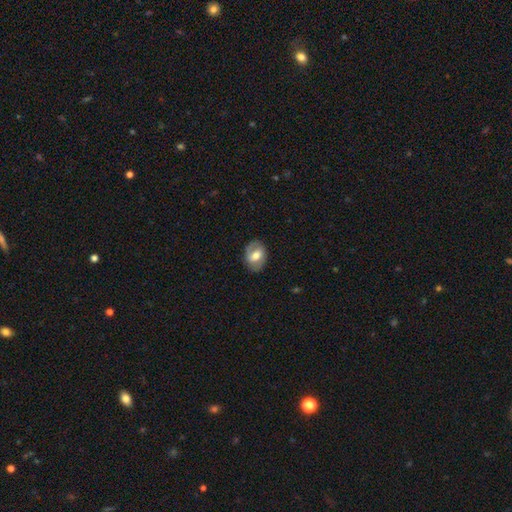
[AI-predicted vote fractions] A featured or disk galaxy (47%).

Vote fractions:
- Smooth or featured? featured or disk: 47% / smooth: 46% / star or artifact: 7%
- Merging? none: 81% / minor disturbance: 14% / major disturbance: 5% / merger: 1%